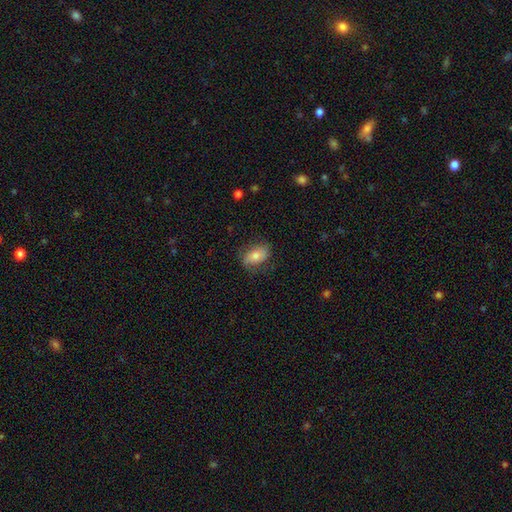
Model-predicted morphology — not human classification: smooth_or_featured: smooth (p=0.55) [alt: featured or disk p=0.36]
how_rounded: in between (p=0.83) [alt: round p=0.15]
merging: none (p=0.69) [alt: minor disturbance p=0.21]